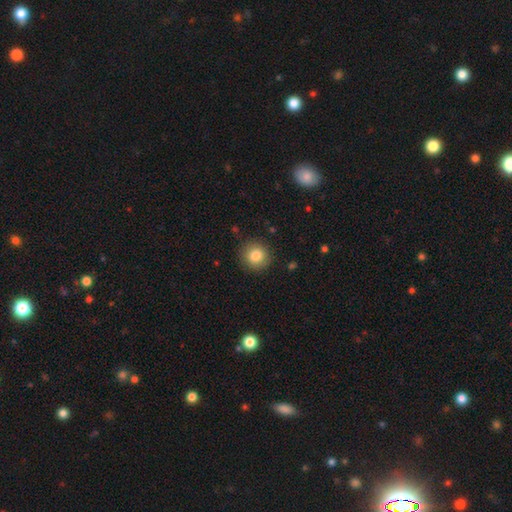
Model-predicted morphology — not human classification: type=smooth (83%); roundness=round (92%); merging=none (88%).